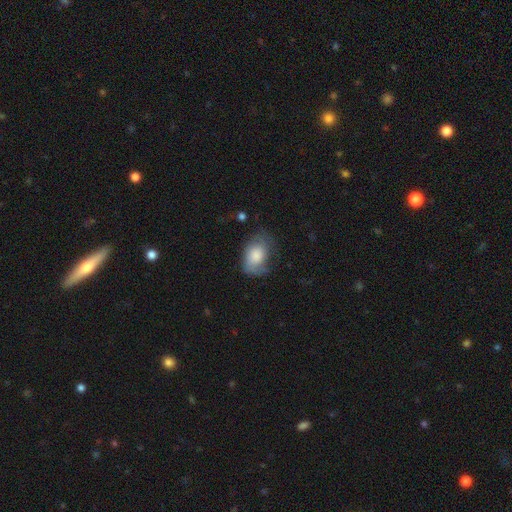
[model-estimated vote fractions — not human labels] smooth 65%, featured or disk 28%, star or artifact 7%. Down the decision tree: how rounded — in between (80%); merging — none (46%).